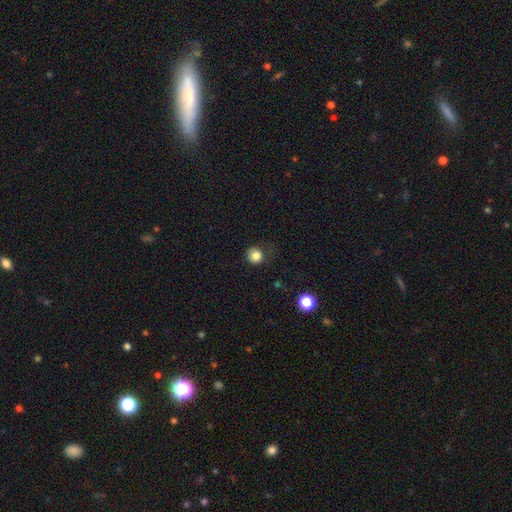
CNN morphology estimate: Smooth or featured? Predicted: smooth (p=0.82). How rounded? Predicted: round (p=0.89). Merging? Predicted: none (p=0.65).